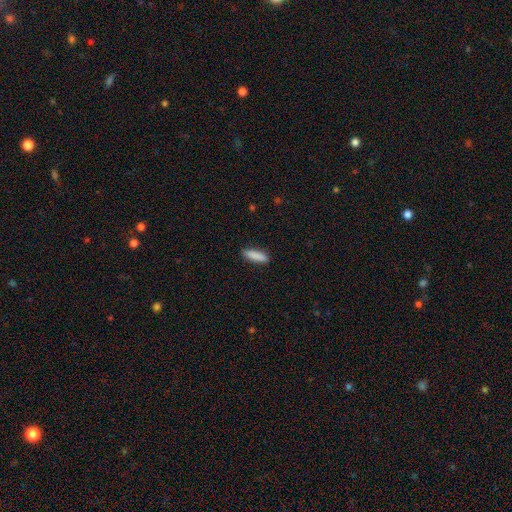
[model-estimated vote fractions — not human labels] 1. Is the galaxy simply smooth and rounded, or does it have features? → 89% smooth, 6% star or artifact, 5% featured or disk.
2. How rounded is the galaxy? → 66% cigar-shaped, 33% in between, 2% round.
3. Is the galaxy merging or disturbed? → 88% none, 9% minor disturbance, 2% major disturbance, 1% merger.